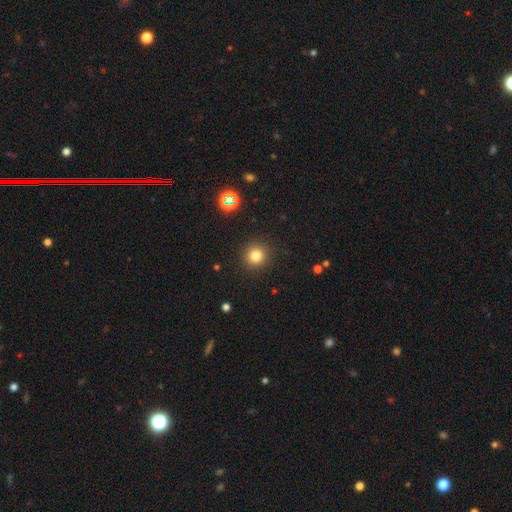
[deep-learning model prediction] smooth 80%, star or artifact 14%, featured or disk 6%. Down the decision tree: how rounded — round (93%); merging — none (90%).